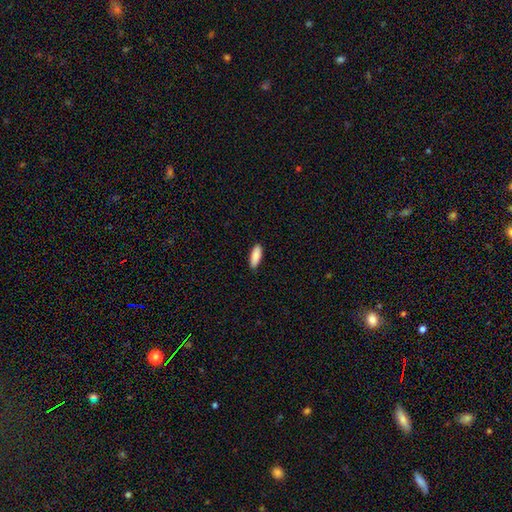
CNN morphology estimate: type=smooth (88%); roundness=in between (68%); merging=none (87%).